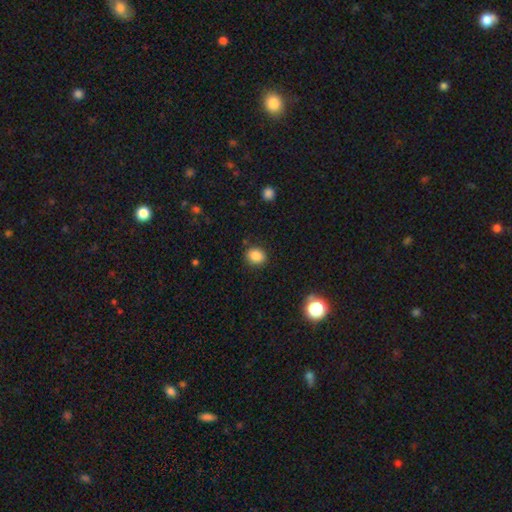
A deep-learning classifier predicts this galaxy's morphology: smooth-or-featured: smooth: 85% | star or artifact: 10% | featured or disk: 4%
  how-rounded: round: 66% | in between: 33% | cigar-shaped: 1%
  merging: none: 86% | minor disturbance: 10% | major disturbance: 3% | merger: 2%